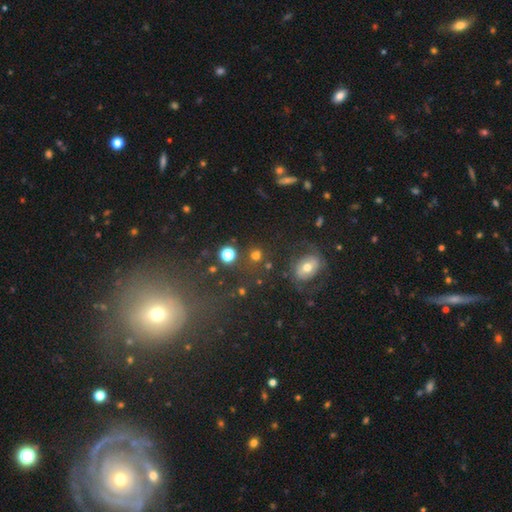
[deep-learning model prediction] A smooth galaxy with no disk features (73%) that is round (87%).

Vote fractions:
- Smooth or featured? smooth: 73% / star or artifact: 18% / featured or disk: 8%
- How rounded? round: 87% / in between: 12% / cigar-shaped: 1%
- Merging? none: 78% / minor disturbance: 9% / merger: 8% / major disturbance: 5%